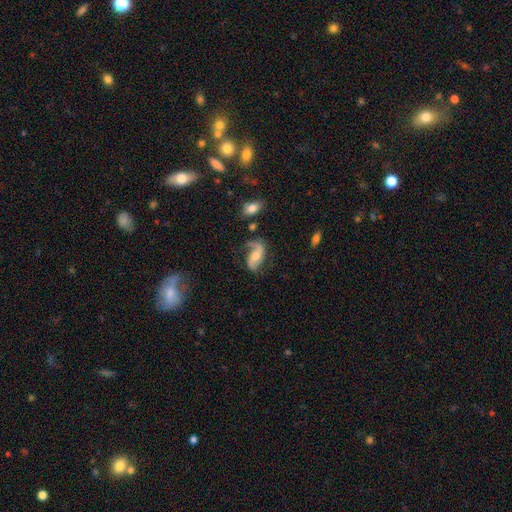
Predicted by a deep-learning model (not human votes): Smooth or featured? featured or disk (80%)
Edge-on disk? no (96%)
Bar? no (49%)
Spiral arms? yes (94%)
Spiral winding? loose (56%)
Spiral arm count? 2 (83%)
Bulge size? moderate (62%)
Merging? none (59%)